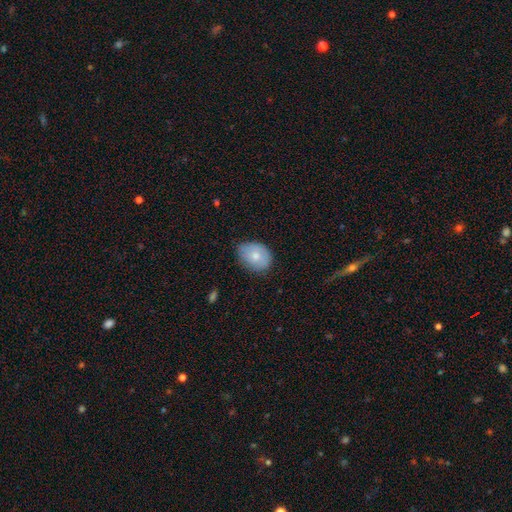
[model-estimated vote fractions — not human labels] This appears to be a smooth galaxy with no disk features (73%) that is in between round and cigar-shaped (66%). Merging: none (72%).